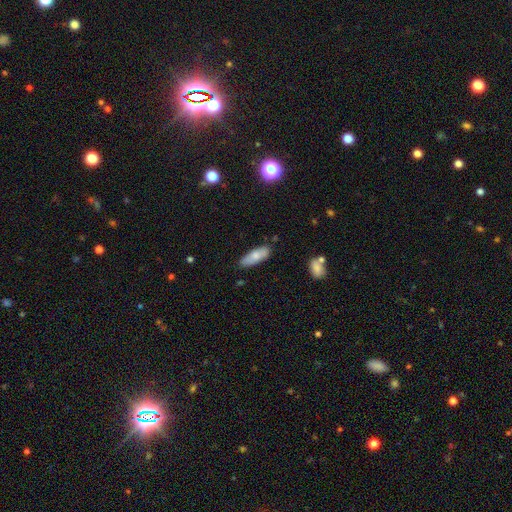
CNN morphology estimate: This appears to be a smooth galaxy with no disk features (75%) that is in between round and cigar-shaped (63%). Merging: none (80%).